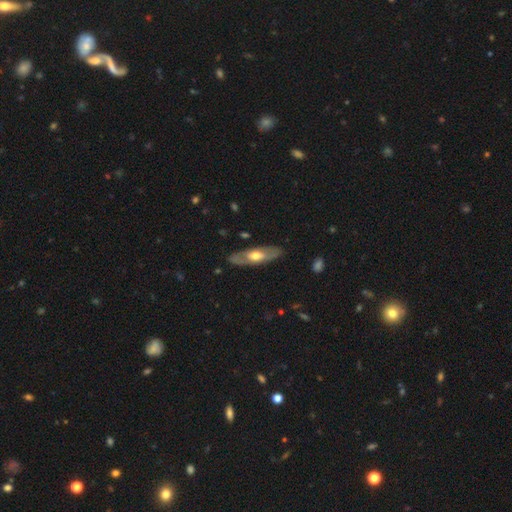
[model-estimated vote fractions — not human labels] smooth-or-featured: featured or disk: 58% | smooth: 37% | star or artifact: 5%
  disk-edge-on: no: 62% | yes: 38%
  merging: none: 84% | minor disturbance: 12% | major disturbance: 3% | merger: 1%